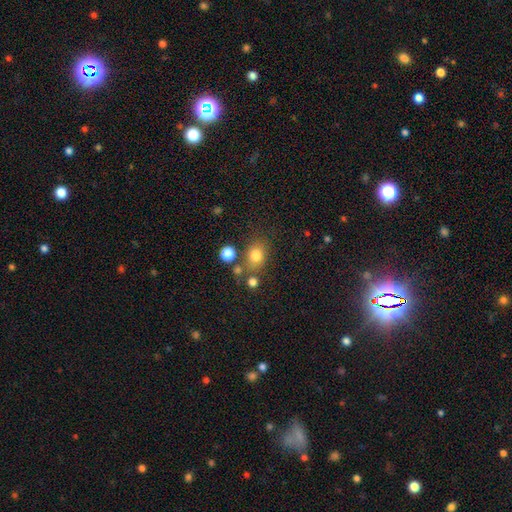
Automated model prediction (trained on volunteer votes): A smooth galaxy with no disk features (78%) that is round (53%).

Vote fractions:
- Smooth or featured? smooth: 78% / star or artifact: 13% / featured or disk: 8%
- How rounded? round: 53% / in between: 46% / cigar-shaped: 1%
- Merging? none: 67% / minor disturbance: 15% / merger: 12% / major disturbance: 6%